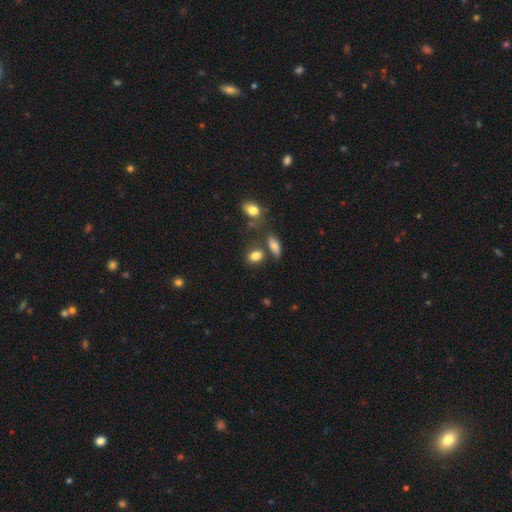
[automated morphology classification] Smooth or featured? smooth (83%)
How rounded? in between (70%)
Merging? none (60%)